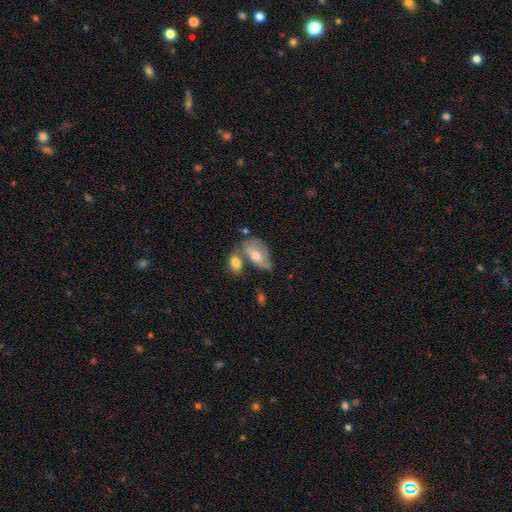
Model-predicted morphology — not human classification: type=smooth (62%); roundness=in between (89%); merging=merger (47%).